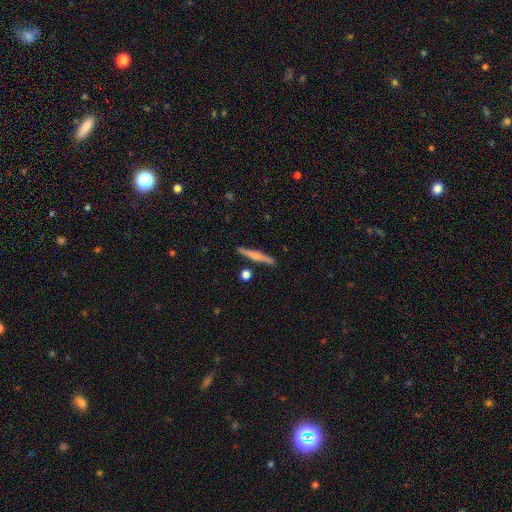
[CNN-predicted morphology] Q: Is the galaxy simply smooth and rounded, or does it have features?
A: smooth — 50%.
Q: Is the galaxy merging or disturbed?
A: none — 86%.